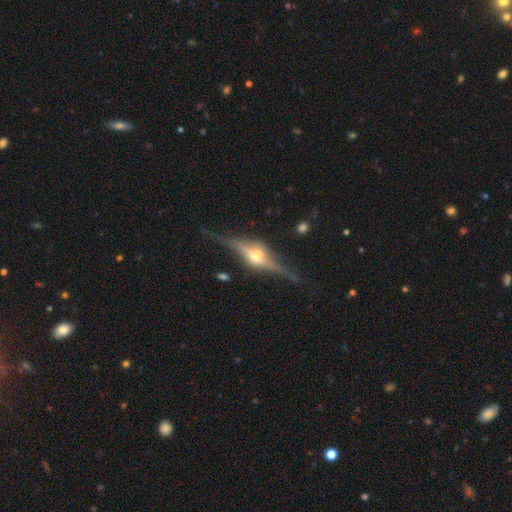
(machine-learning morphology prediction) Smooth or featured?
  - featured or disk: 86% *
  - smooth: 8%
  - star or artifact: 6%
Edge-on disk?
  - yes: 97% *
  - no: 3%
Edge-on bulge?
  - rounded: 92% *
  - boxy: 6%
  - none: 2%
Merging?
  - none: 83% *
  - minor disturbance: 12%
  - major disturbance: 3%
  - merger: 2%